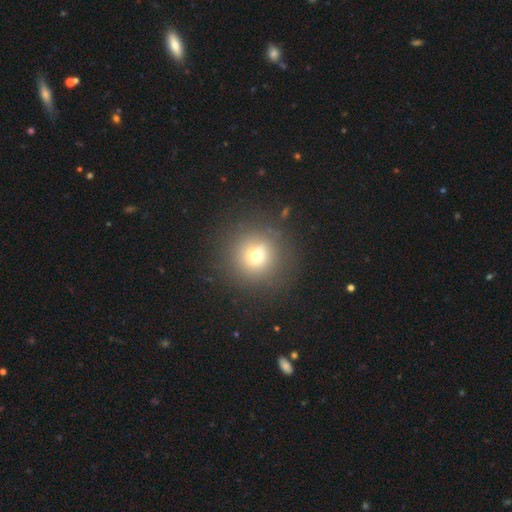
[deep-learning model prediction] A smooth galaxy with no disk features (69%) that is round (95%).

Vote fractions:
- Smooth or featured? smooth: 69% / star or artifact: 17% / featured or disk: 14%
- How rounded? round: 95% / in between: 4% / cigar-shaped: 1%
- Merging? none: 87% / minor disturbance: 8% / major disturbance: 4% / merger: 2%